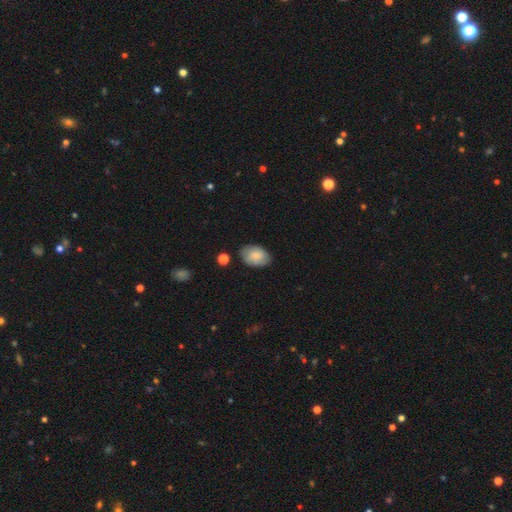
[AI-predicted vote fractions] Smooth or featured: smooth — 71% (featured or disk — 22%)
How rounded: in between — 86% (round — 13%)
Merging: none — 77% (minor disturbance — 17%)